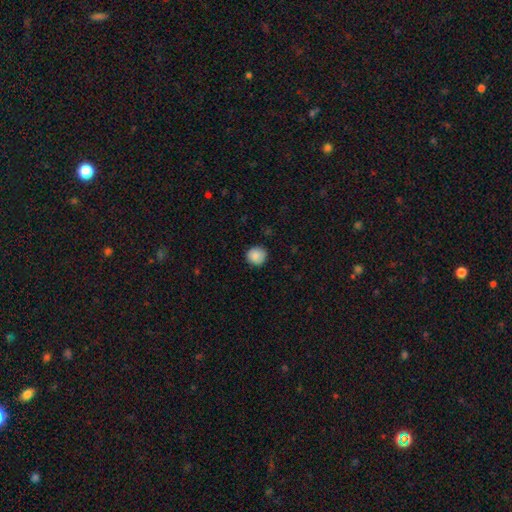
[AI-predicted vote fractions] A smooth galaxy with no disk features (87%) that is round (92%).

Vote fractions:
- Smooth or featured? smooth: 87% / star or artifact: 8% / featured or disk: 5%
- How rounded? round: 92% / in between: 7% / cigar-shaped: 1%
- Merging? none: 87% / minor disturbance: 10% / major disturbance: 2% / merger: 1%